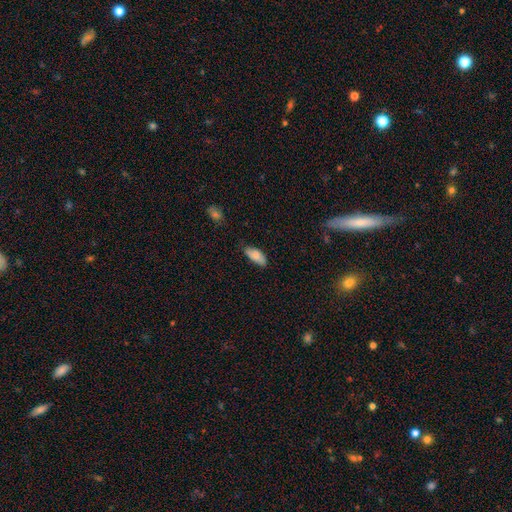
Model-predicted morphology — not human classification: A smooth galaxy with no disk features (83%) that is in between round and cigar-shaped (85%). Merging: none (72%).